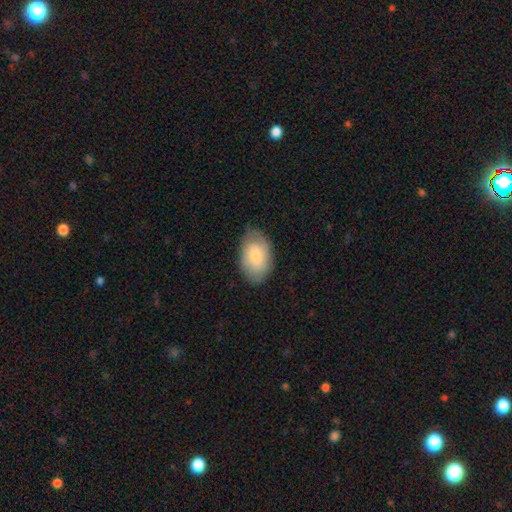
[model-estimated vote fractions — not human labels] Smooth or featured?
  - smooth: 73% *
  - featured or disk: 21%
  - star or artifact: 6%
How rounded?
  - in between: 91% *
  - round: 8%
  - cigar-shaped: 1%
Merging?
  - none: 76% *
  - minor disturbance: 18%
  - major disturbance: 5%
  - merger: 1%